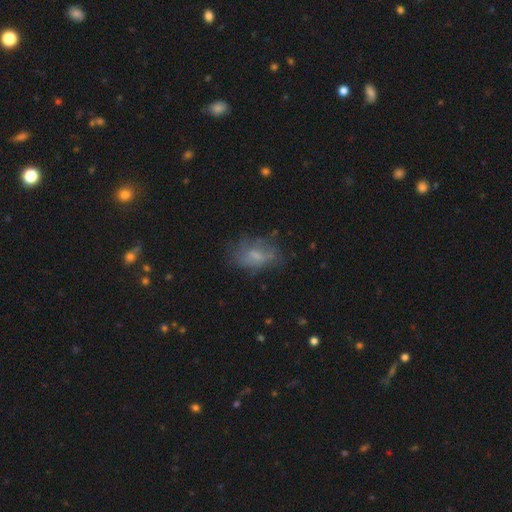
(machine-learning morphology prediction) This is possibly a smooth galaxy (55%). How rounded: clearly in between (85%). Merging: possibly none (54%).